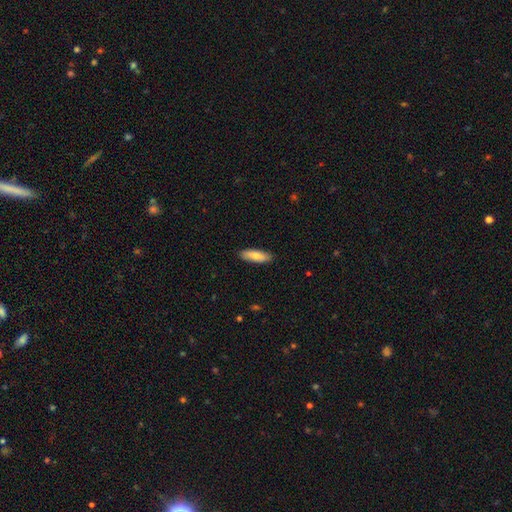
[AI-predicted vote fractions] Q: Smooth or featured?
A: smooth (76%); runner-up: featured or disk (18%)
Q: How rounded?
A: in between (51%); runner-up: cigar-shaped (47%)
Q: Merging?
A: none (89%); runner-up: minor disturbance (9%)